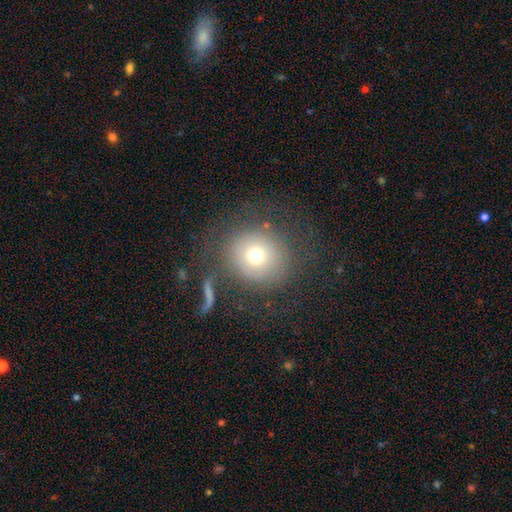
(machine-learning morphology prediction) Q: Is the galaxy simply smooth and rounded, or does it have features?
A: smooth — 68%.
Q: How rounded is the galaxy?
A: round — 89%.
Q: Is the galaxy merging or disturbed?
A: none — 70%.